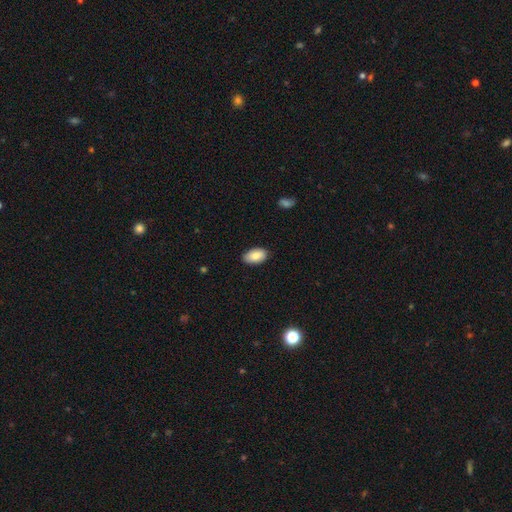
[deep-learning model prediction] smooth_or_featured: smooth (p=0.84) [alt: featured or disk p=0.09]
how_rounded: in between (p=0.94) [alt: round p=0.04]
merging: none (p=0.87) [alt: minor disturbance p=0.11]